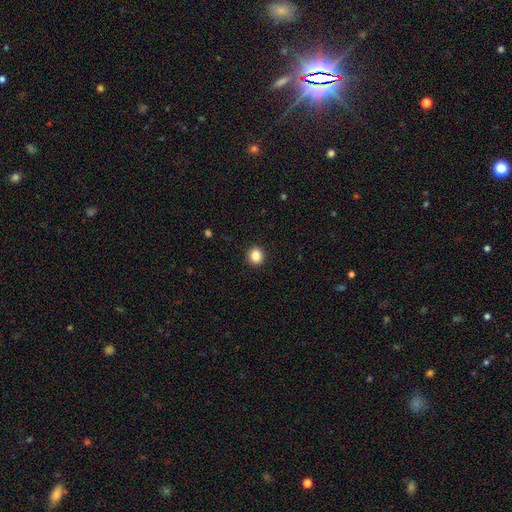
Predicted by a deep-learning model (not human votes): Smooth or featured? smooth (87%)
How rounded? round (81%)
Merging? none (92%)